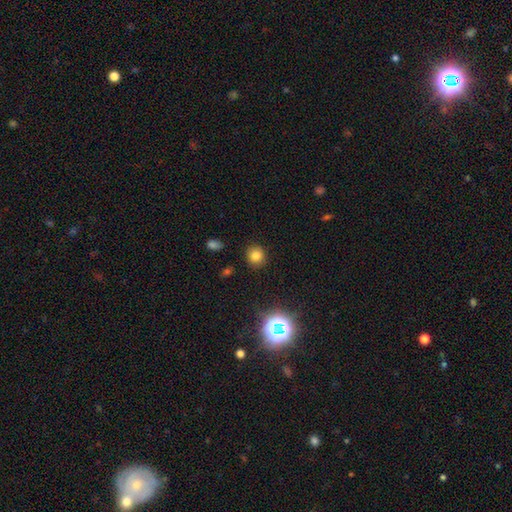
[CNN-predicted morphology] This appears to be a smooth galaxy with no disk features (78%) that is round (86%). Merging: none (89%).